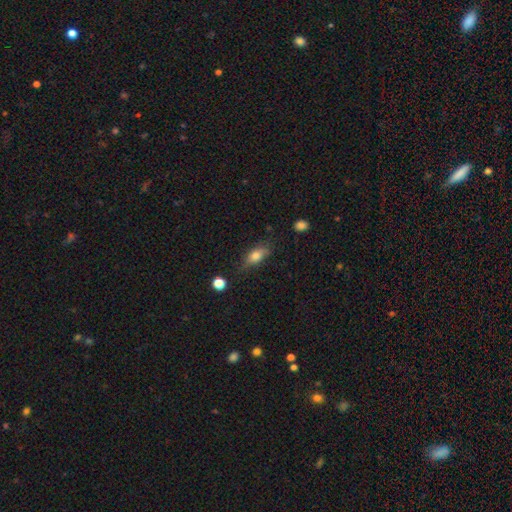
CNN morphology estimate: A smooth galaxy with no disk features (74%) that is in between round and cigar-shaped (78%). Merging: none (72%).